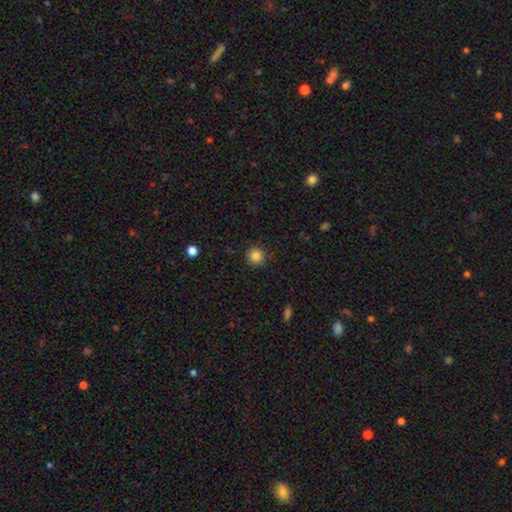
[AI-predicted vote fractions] A smooth galaxy with no disk features (85%) that is round (94%).

Vote fractions:
- Smooth or featured? smooth: 85% / star or artifact: 11% / featured or disk: 4%
- How rounded? round: 94% / in between: 5% / cigar-shaped: 1%
- Merging? none: 89% / minor disturbance: 8% / major disturbance: 2% / merger: 1%